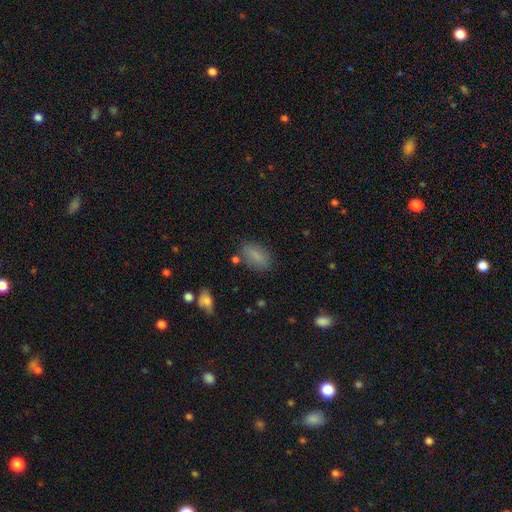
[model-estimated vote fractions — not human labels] Q: Smooth or featured?
A: smooth (80%); runner-up: featured or disk (11%)
Q: How rounded?
A: in between (87%); runner-up: cigar-shaped (8%)
Q: Merging?
A: none (78%); runner-up: minor disturbance (14%)